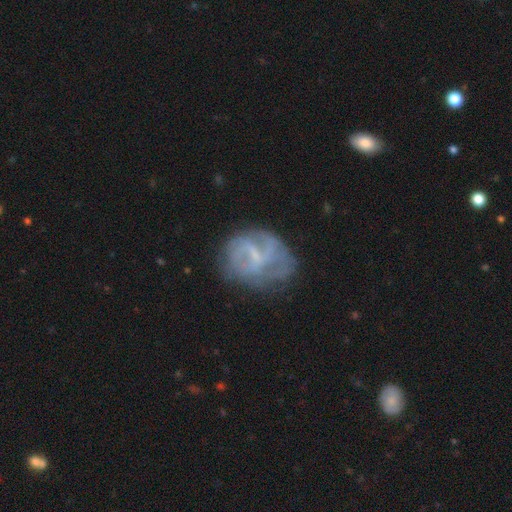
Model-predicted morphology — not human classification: Overall: featured or disk (67%). Edge-on disk: no (97%). Bar: weak (52%; no 27%). Spiral arms: yes (65%; no 35%). Bulge size: small (44%; none 39%). Merging: none (52%; minor disturbance 24%).